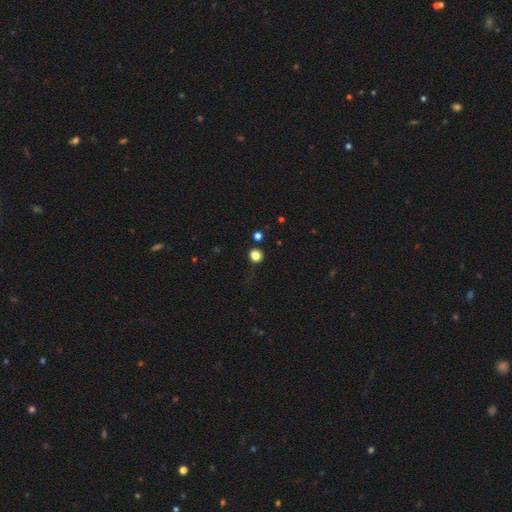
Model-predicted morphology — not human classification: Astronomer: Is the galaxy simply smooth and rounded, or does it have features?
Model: smooth — 83%.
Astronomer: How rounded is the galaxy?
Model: round — 86%.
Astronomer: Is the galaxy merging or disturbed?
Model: none — 83%.